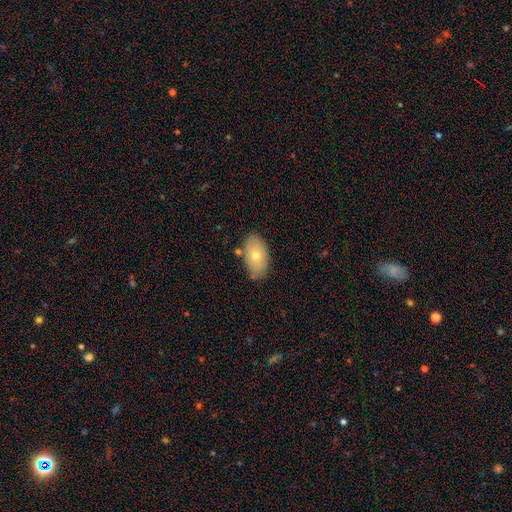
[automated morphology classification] This is likely a smooth galaxy (68%). How rounded: clearly in between (93%). Merging: clearly none (80%).